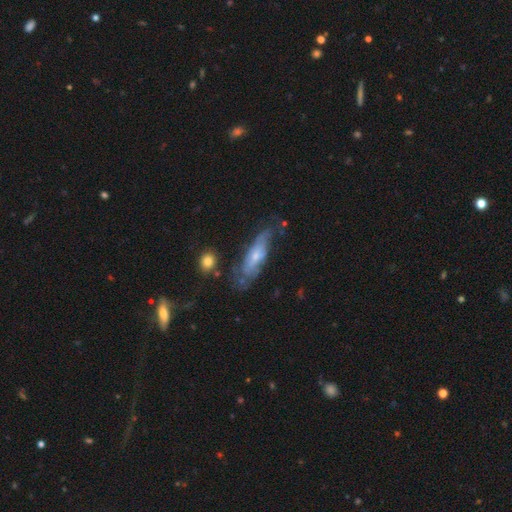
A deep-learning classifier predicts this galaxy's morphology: Smooth or featured: featured or disk — 58% (smooth — 35%)
Edge-on disk: no — 67% (yes — 33%)
Merging: none — 55% (minor disturbance — 27%)